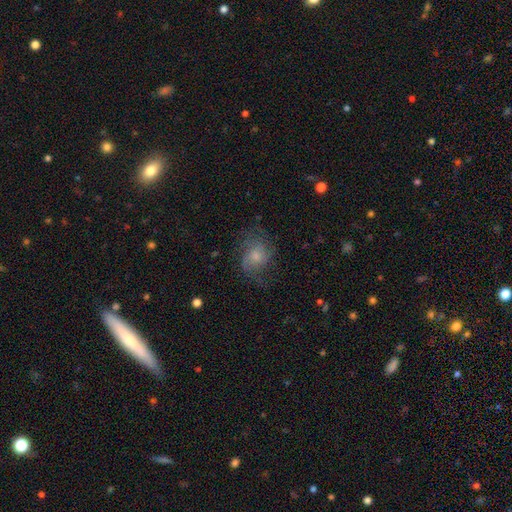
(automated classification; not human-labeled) The model was most divided on "smooth or featured": featured or disk: 49%, smooth: 40%, star or artifact: 10%. More confident: merging — none (55%).